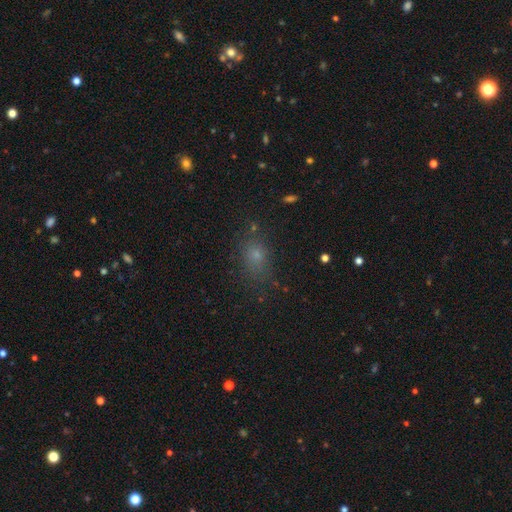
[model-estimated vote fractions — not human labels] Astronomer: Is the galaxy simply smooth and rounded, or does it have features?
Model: smooth — 68%.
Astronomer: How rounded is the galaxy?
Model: in between — 60% (runner-up: round, 36%).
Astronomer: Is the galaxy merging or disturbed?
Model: none — 72%.